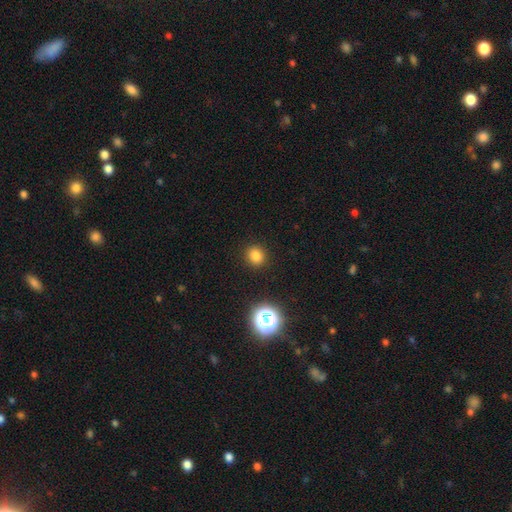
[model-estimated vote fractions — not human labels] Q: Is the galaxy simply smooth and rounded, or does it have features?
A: smooth — 80%.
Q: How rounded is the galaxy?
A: round — 78%.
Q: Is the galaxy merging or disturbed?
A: none — 91%.